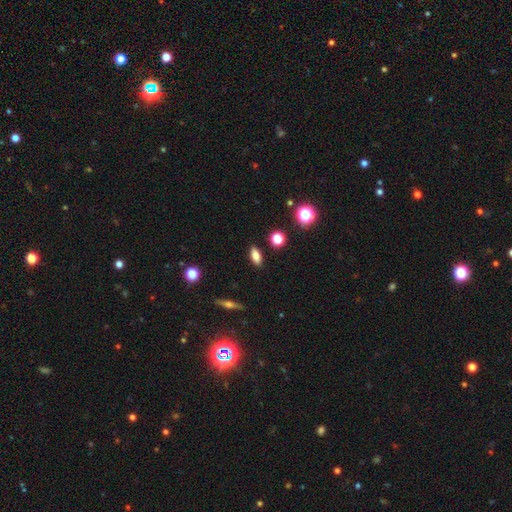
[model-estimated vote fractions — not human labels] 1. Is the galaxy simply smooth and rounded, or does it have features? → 73% smooth, 16% featured or disk, 11% star or artifact.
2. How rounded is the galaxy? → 75% in between, 19% cigar-shaped, 6% round.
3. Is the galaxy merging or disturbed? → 88% none, 8% minor disturbance, 2% major disturbance, 2% merger.